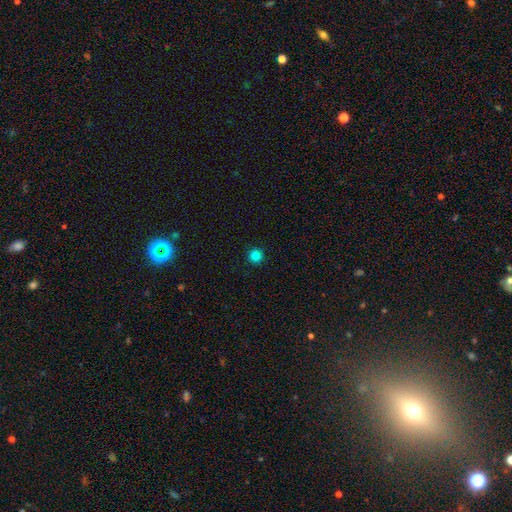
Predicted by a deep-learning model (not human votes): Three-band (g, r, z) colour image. It shows a smooth galaxy with no disk features (83%) that is round (96%). Merging: none (93%).